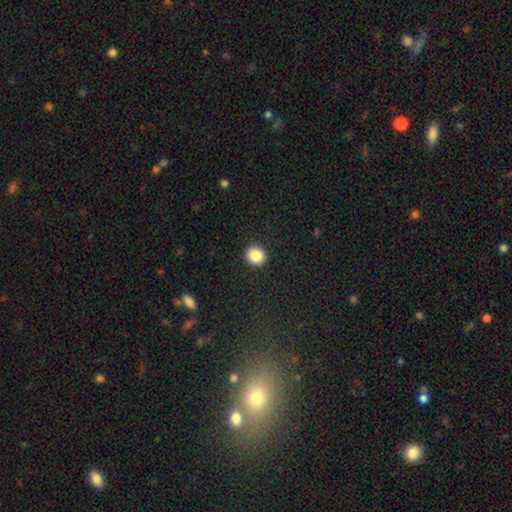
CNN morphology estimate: A smooth galaxy with no disk features (86%) that is round (80%).

Vote fractions:
- Smooth or featured? smooth: 86% / star or artifact: 10% / featured or disk: 5%
- How rounded? round: 80% / in between: 19% / cigar-shaped: 1%
- Merging? none: 91% / minor disturbance: 6% / major disturbance: 2% / merger: 1%